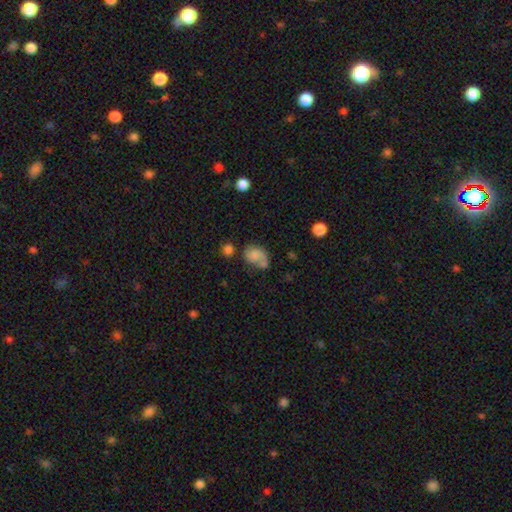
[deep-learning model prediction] smooth-or-featured: smooth: 66% | featured or disk: 23% | star or artifact: 11%
  how-rounded: in between: 67% | round: 31% | cigar-shaped: 1%
  merging: none: 34% | merger: 25% | minor disturbance: 23% | major disturbance: 18%